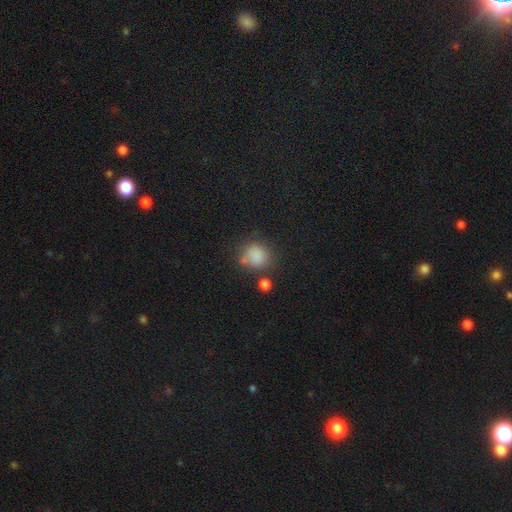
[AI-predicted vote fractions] smooth_or_featured: smooth (p=0.80) [alt: star or artifact p=0.12]
how_rounded: round (p=0.77) [alt: in between p=0.22]
merging: none (p=0.59) [alt: minor disturbance p=0.20]